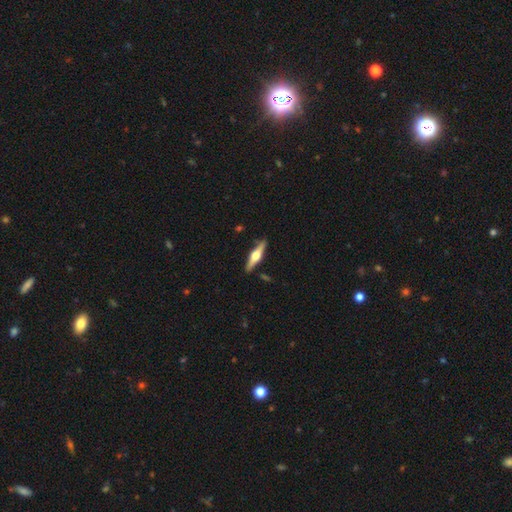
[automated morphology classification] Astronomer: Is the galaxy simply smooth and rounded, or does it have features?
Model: featured or disk — 71%.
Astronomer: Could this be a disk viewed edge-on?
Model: yes — 97%.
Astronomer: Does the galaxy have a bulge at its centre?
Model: rounded — 95%.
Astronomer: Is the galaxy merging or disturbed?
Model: none — 89%.